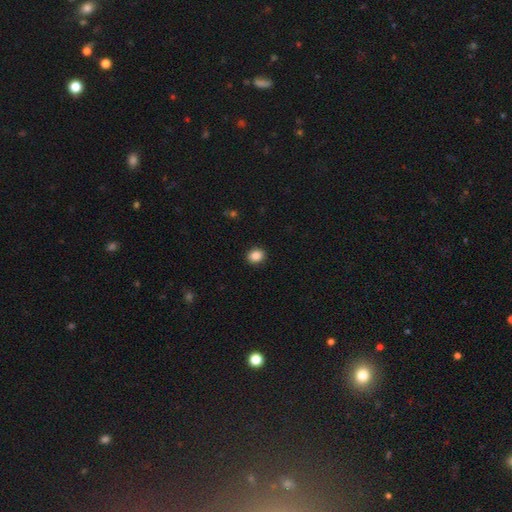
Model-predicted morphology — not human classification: Smooth or featured?
  - smooth: 88% *
  - star or artifact: 9%
  - featured or disk: 3%
How rounded?
  - round: 65% *
  - in between: 34%
  - cigar-shaped: 1%
Merging?
  - none: 91% *
  - minor disturbance: 6%
  - major disturbance: 2%
  - merger: 1%